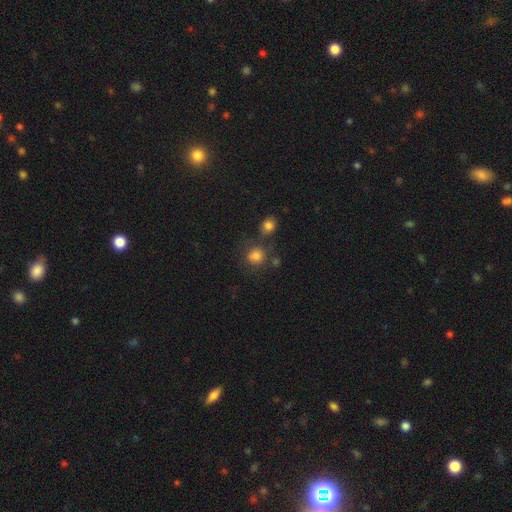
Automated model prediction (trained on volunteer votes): Morphology: type=smooth (79%); roundness=round (81%); merging=none (59%).